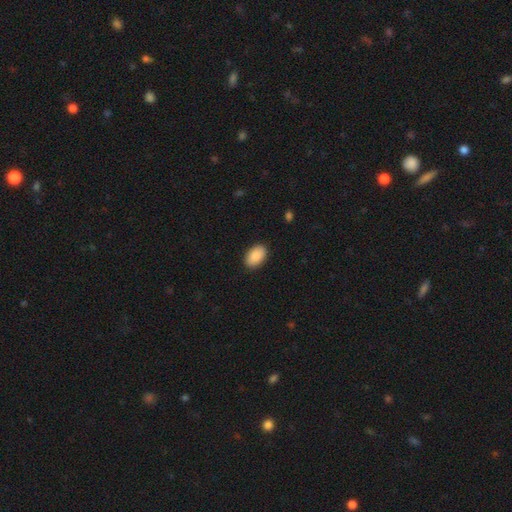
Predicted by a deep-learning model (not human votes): Smooth or featured? Predicted: smooth (p=0.89). How rounded? Predicted: in between (p=0.91). Merging? Predicted: none (p=0.90).